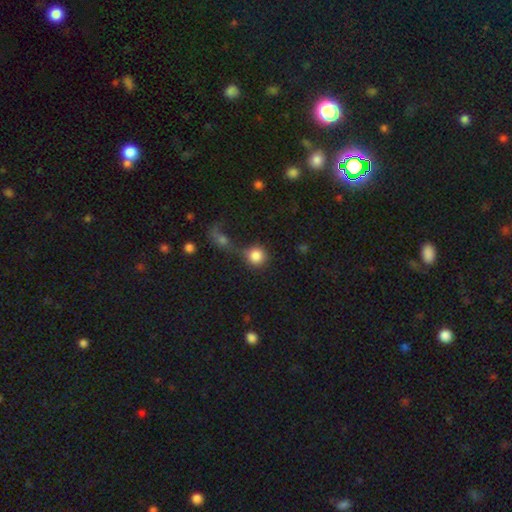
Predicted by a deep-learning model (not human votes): smooth-or-featured: smooth: 85% | star or artifact: 8% | featured or disk: 7%
  how-rounded: round: 92% | in between: 7% | cigar-shaped: 1%
  merging: none: 47% | merger: 31% | major disturbance: 11% | minor disturbance: 10%